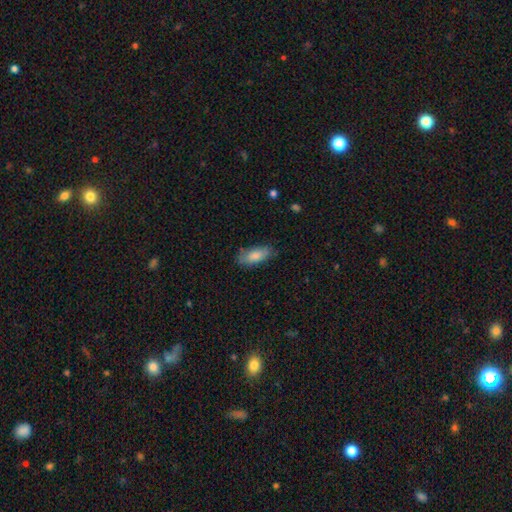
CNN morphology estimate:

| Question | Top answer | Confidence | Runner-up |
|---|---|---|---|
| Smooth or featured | smooth | 82% | featured or disk (12%) |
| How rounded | in between | 82% | cigar-shaped (16%) |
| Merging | none | 77% | minor disturbance (18%) |